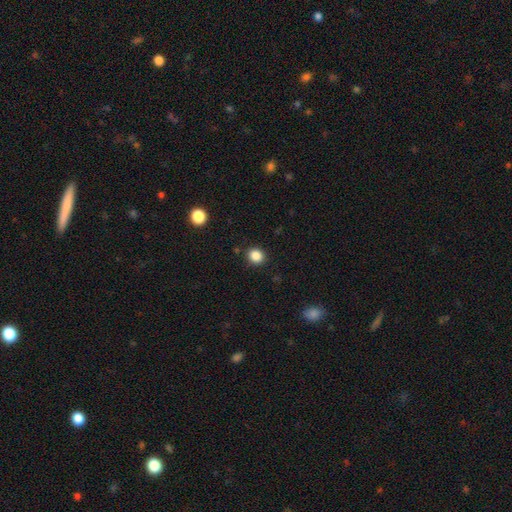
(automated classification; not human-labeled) This appears to be a smooth galaxy with no disk features (86%) that is round (77%). Merging: none (90%).